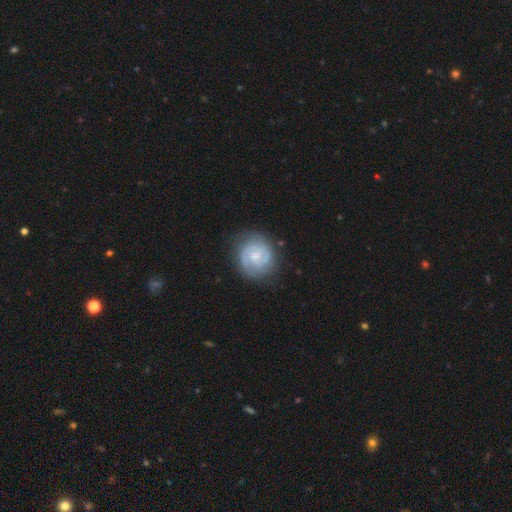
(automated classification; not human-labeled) This appears to be a featured or disk galaxy (80%) with no bar (53%), 2 (64%) tight (64%) spiral arms (95%) and a small central bulge (54%). Merging: none (79%).